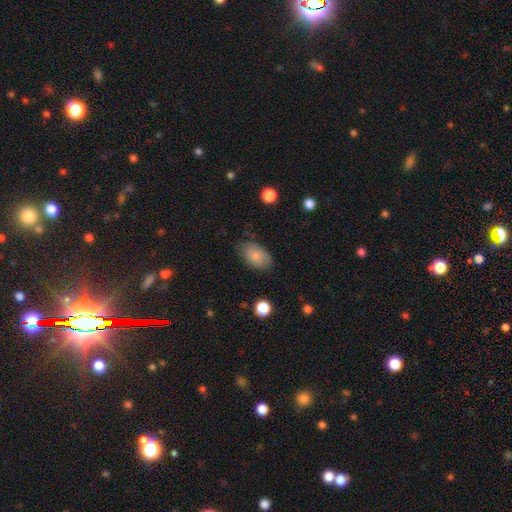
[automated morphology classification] The model was most divided on "merging": none: 68%, minor disturbance: 24%, major disturbance: 6%, merger: 2%. More confident: how rounded — in between (89%); smooth or featured — smooth (79%).